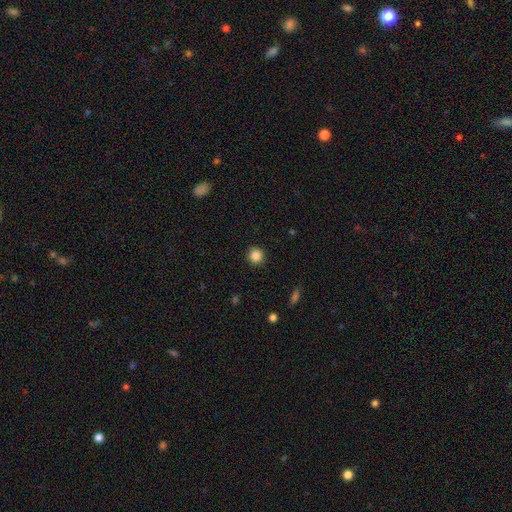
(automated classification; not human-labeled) A smooth galaxy with no disk features (85%) that is round (94%). Merging: none (92%).